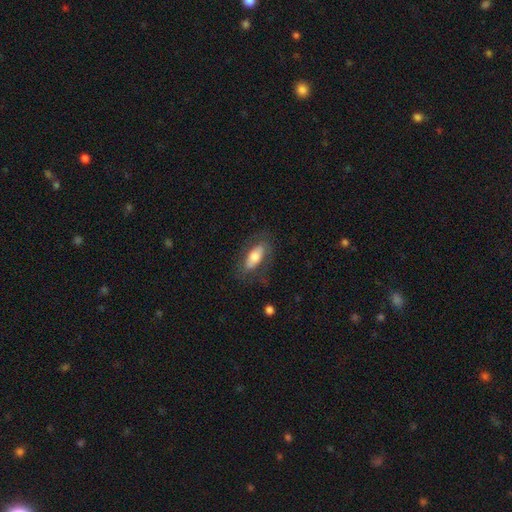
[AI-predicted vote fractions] A smooth galaxy with no disk features (61%) that is in between round and cigar-shaped (81%).

Vote fractions:
- Smooth or featured? smooth: 61% / featured or disk: 33% / star or artifact: 6%
- How rounded? in between: 81% / cigar-shaped: 16% / round: 3%
- Merging? none: 71% / minor disturbance: 17% / major disturbance: 10% / merger: 2%